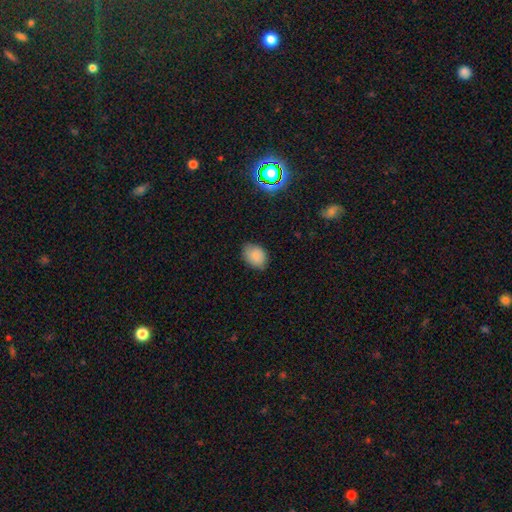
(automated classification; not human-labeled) A smooth galaxy with no disk features (84%) that is in between round and cigar-shaped (74%). Merging: none (80%).